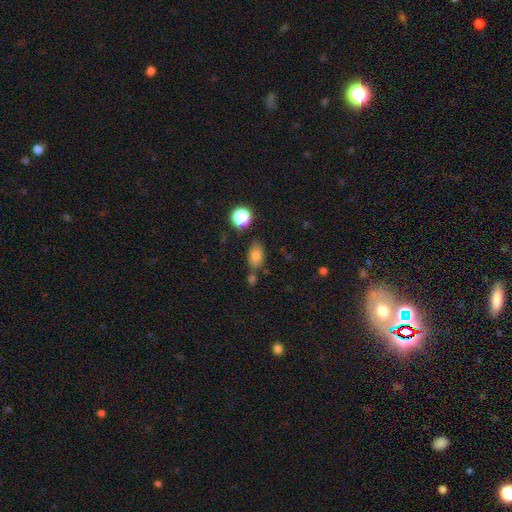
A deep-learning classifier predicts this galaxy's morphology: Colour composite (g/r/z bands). It shows a smooth galaxy with no disk features (78%) that is in between round and cigar-shaped (83%). Merging: none (68%).